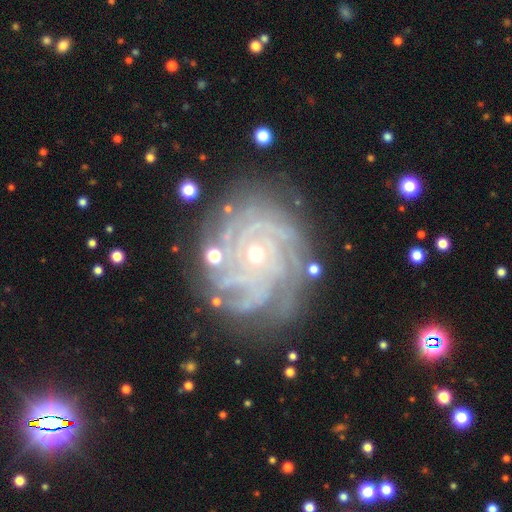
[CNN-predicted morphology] A featured or disk galaxy (89%) with no bar (73%), more than 4 (27%) tight (80%) spiral arms (98%) and a small central bulge (60%). Merging: none (79%).